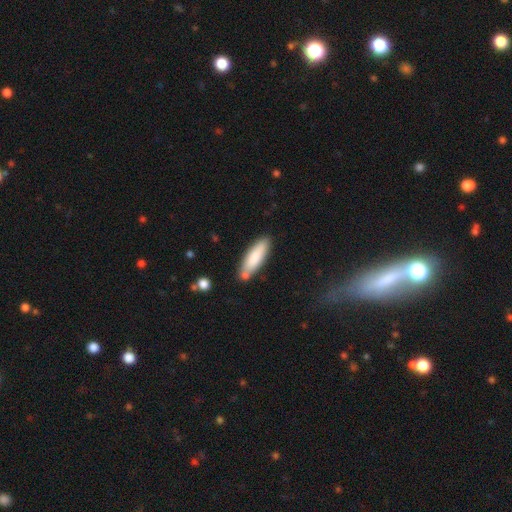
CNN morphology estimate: A smooth galaxy with no disk features (81%) that is cigar-shaped (54%). Merging: none (75%).